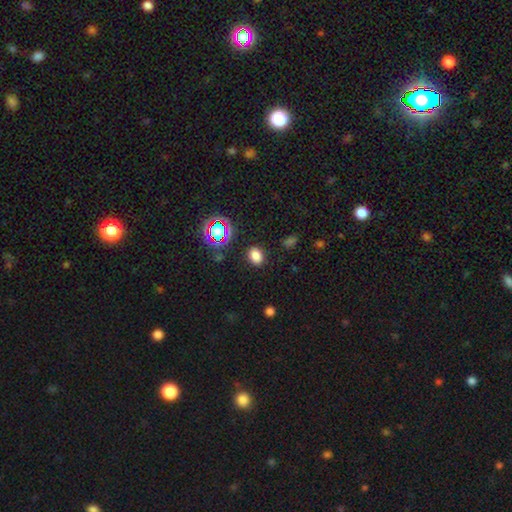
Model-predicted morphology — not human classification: This is likely a smooth galaxy (76%). How rounded: likely in between (68%). Merging: clearly none (87%).